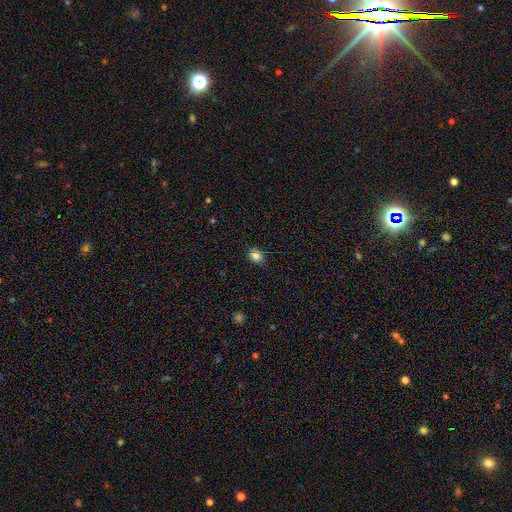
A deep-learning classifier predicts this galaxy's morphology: Smooth or featured: smooth — 82% (star or artifact — 13%)
How rounded: round — 53% (in between — 46%)
Merging: none — 79% (minor disturbance — 16%)